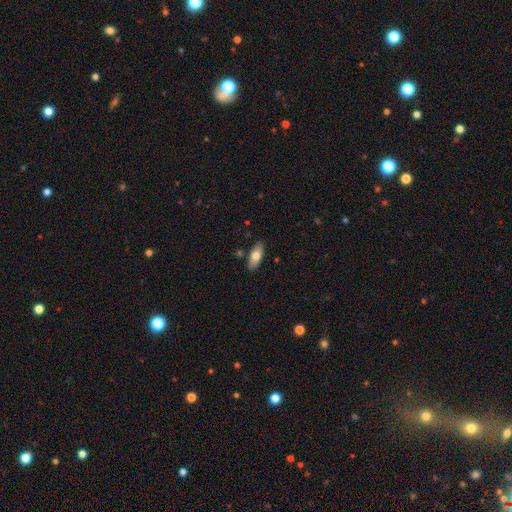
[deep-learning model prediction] Q: Smooth or featured?
A: smooth (75%); runner-up: featured or disk (19%)
Q: How rounded?
A: in between (80%); runner-up: cigar-shaped (18%)
Q: Merging?
A: none (85%); runner-up: minor disturbance (10%)